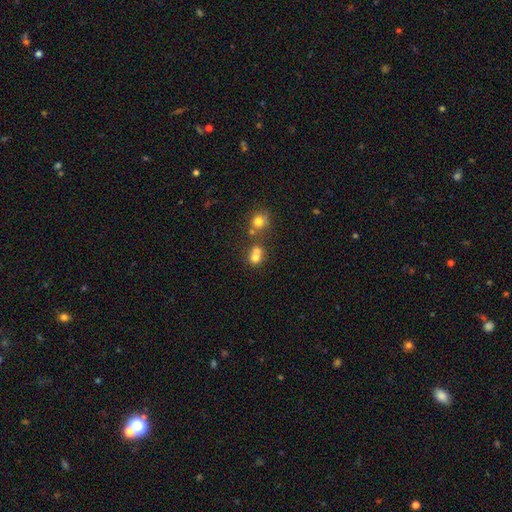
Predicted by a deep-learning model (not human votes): smooth-or-featured: smooth: 72% | featured or disk: 14% | star or artifact: 14%
  how-rounded: round: 73% | in between: 26% | cigar-shaped: 1%
  merging: merger: 53% | none: 35% | minor disturbance: 8% | major disturbance: 4%